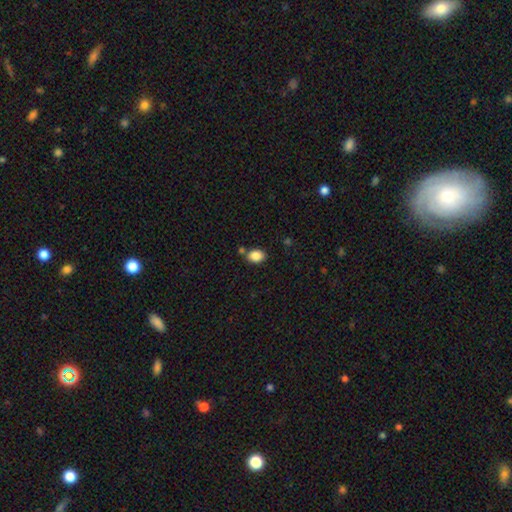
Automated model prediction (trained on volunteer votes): smooth 87%, star or artifact 9%, featured or disk 4%. Down the decision tree: how rounded — in between (67%); merging — none (73%).